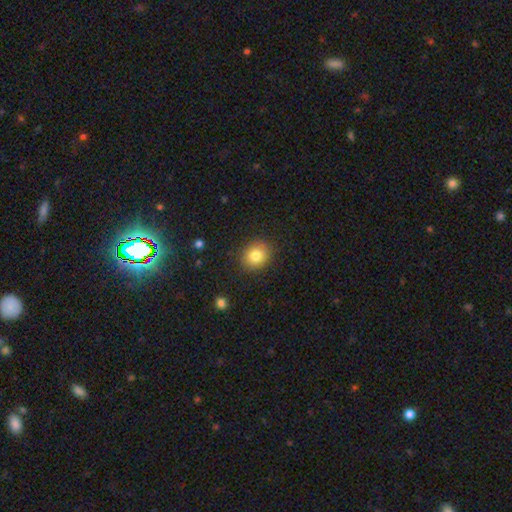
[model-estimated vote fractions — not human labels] This appears to be a smooth galaxy with no disk features (82%) that is round (69%). Merging: none (87%).